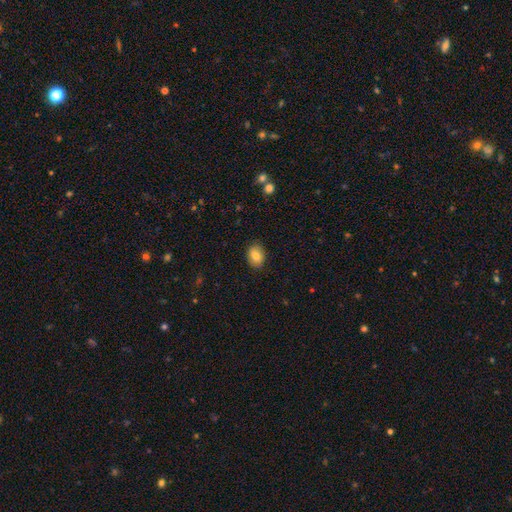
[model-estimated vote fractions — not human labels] Smooth or featured?
  - smooth: 82% *
  - featured or disk: 10%
  - star or artifact: 8%
How rounded?
  - in between: 73% *
  - round: 26%
  - cigar-shaped: 1%
Merging?
  - none: 87% *
  - minor disturbance: 10%
  - major disturbance: 2%
  - merger: 1%